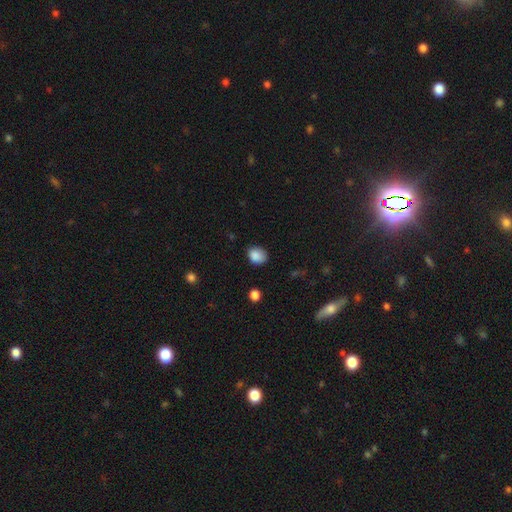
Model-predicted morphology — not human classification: Overall: smooth (87%). How rounded: in between (51%; round 48%). Merging: none (73%).